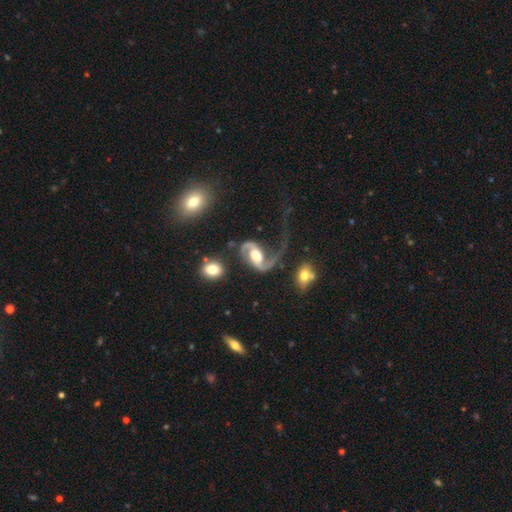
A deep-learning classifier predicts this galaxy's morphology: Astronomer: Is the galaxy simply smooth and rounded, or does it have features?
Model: featured or disk — 89%.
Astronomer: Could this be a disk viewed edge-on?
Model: no — 97%.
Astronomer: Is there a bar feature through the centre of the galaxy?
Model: weak — 40% (runner-up: no, 34%).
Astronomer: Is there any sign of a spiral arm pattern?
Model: yes — 96%.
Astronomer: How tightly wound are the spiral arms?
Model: loose — 54% (runner-up: medium, 37%).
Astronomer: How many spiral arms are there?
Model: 2 — 87%.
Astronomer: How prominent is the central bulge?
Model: moderate — 54% (runner-up: large, 32%).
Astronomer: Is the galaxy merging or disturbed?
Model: major disturbance — 38% (runner-up: none, 37%).